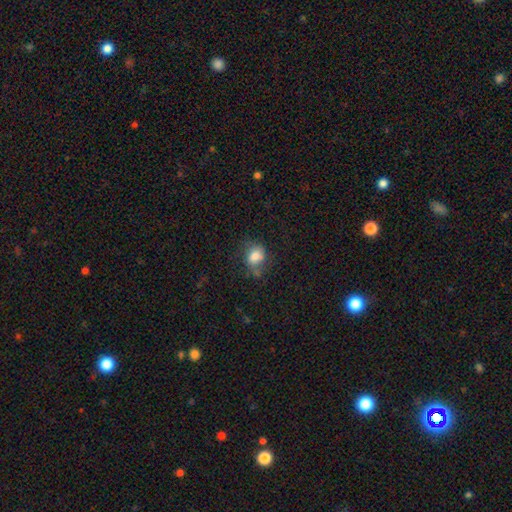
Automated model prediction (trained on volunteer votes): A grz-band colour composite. It shows a smooth galaxy with no disk features (77%) that is in between round and cigar-shaped (53%). Merging: none (56%).